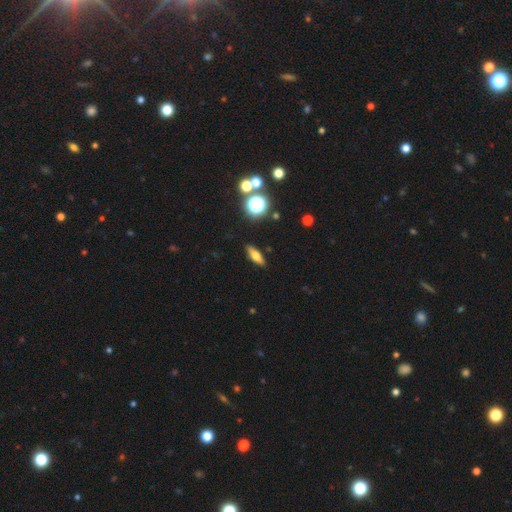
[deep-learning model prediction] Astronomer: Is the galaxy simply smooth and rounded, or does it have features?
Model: smooth — 56%.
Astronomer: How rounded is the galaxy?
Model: in between — 48% (runner-up: cigar-shaped, 44%).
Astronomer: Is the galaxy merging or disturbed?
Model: none — 88%.